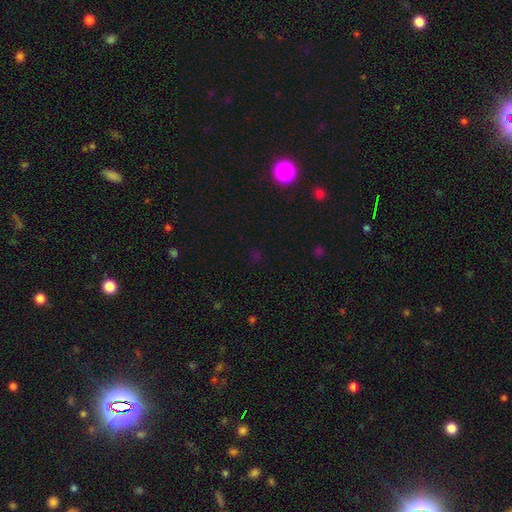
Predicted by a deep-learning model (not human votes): star or artifact 59%, smooth 34%, featured or disk 7%.